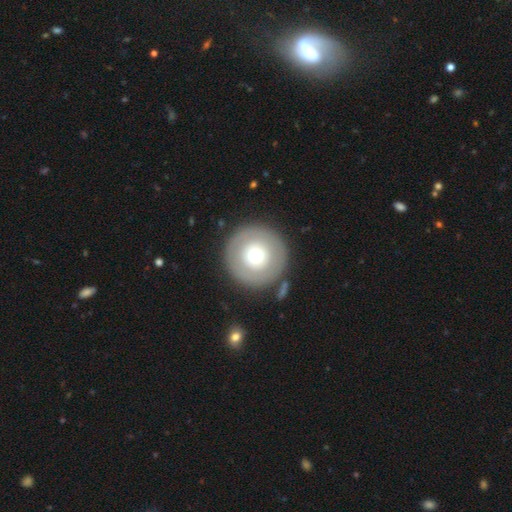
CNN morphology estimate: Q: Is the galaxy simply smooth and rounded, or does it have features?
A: smooth — 61%.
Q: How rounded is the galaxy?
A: round — 97%.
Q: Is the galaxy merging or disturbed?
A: none — 86%.